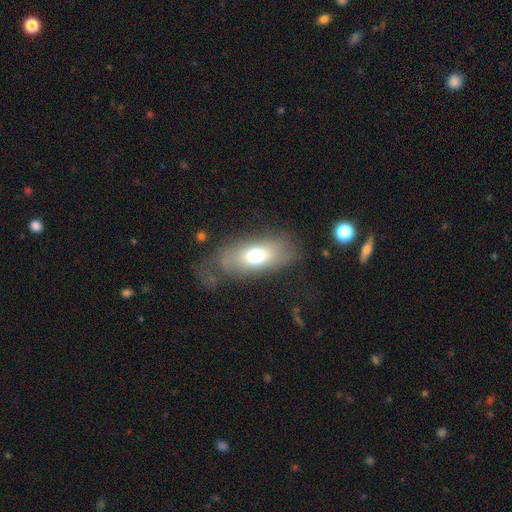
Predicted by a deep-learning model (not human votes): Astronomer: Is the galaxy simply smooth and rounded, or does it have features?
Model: smooth — 65%.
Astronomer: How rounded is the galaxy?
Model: in between — 85%.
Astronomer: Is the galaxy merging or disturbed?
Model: none — 59%.